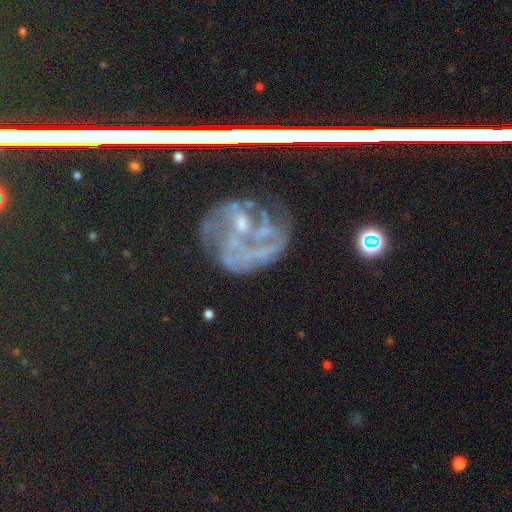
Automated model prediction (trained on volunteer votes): Q: Smooth or featured?
A: featured or disk (50%); runner-up: star or artifact (35%)
Q: Merging?
A: none (68%); runner-up: minor disturbance (17%)